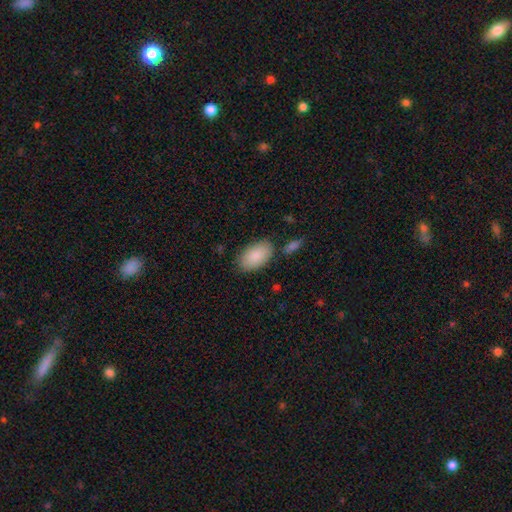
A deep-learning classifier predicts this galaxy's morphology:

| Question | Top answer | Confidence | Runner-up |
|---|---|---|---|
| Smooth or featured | smooth | 88% | featured or disk (6%) |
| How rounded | in between | 95% | round (4%) |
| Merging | none | 80% | minor disturbance (12%) |